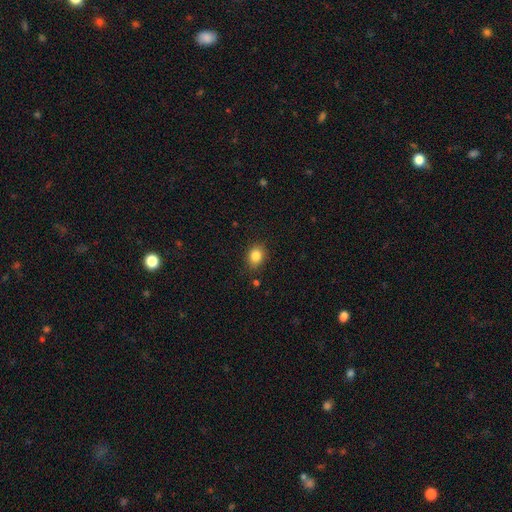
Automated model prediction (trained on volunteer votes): The model was most divided on "how rounded": round: 50%, in between: 49%, cigar-shaped: 1%. More confident: smooth or featured — smooth (85%); merging — none (84%).